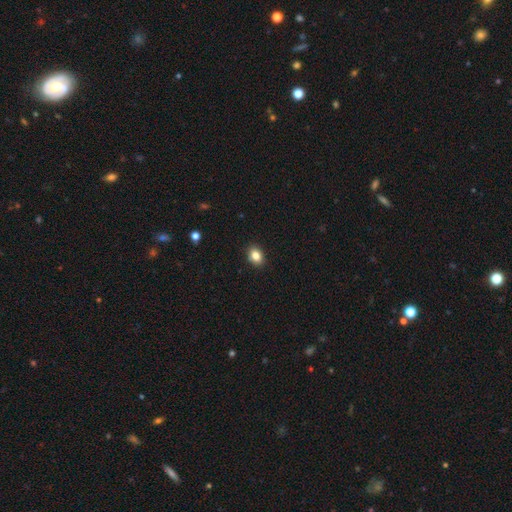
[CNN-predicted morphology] smooth 84%, star or artifact 10%, featured or disk 6%. Down the decision tree: how rounded — in between (66%); merging — none (89%).